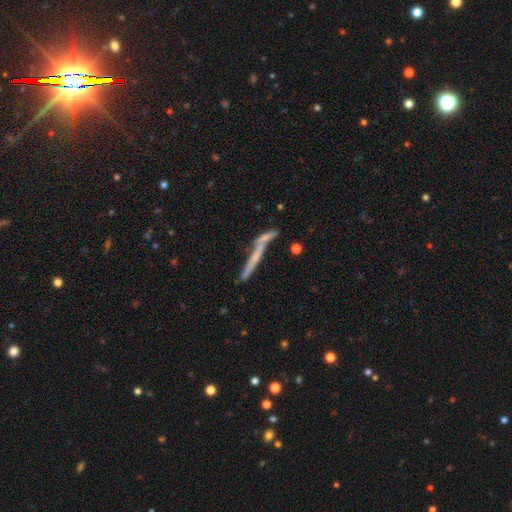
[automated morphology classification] This appears to be a featured or disk galaxy (59%) viewed edge-on (90%) with no central bulge (64%). Merging: none (58%).